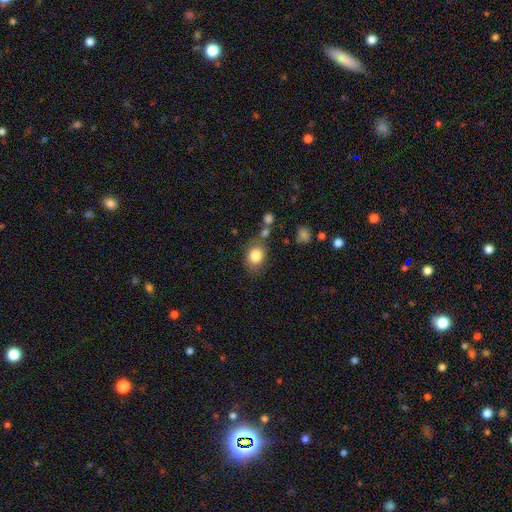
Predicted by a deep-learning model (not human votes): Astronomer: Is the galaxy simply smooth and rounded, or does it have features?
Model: smooth — 84%.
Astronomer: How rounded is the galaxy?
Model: in between — 50% (runner-up: round, 49%).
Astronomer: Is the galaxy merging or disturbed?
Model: none — 71%.